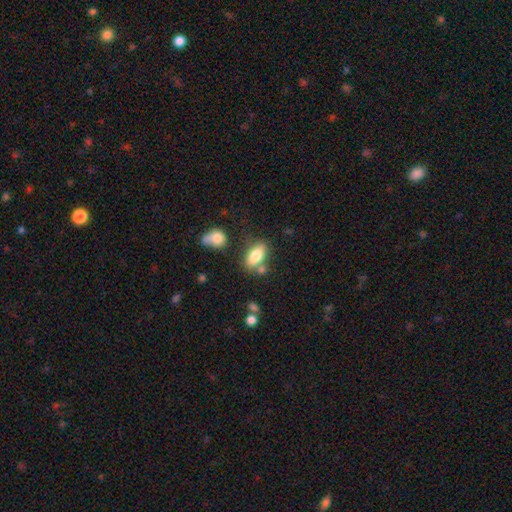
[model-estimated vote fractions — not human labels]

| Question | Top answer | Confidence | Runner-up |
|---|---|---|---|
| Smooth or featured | smooth | 79% | featured or disk (13%) |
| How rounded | in between | 85% | cigar-shaped (10%) |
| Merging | none | 64% | minor disturbance (15%) |